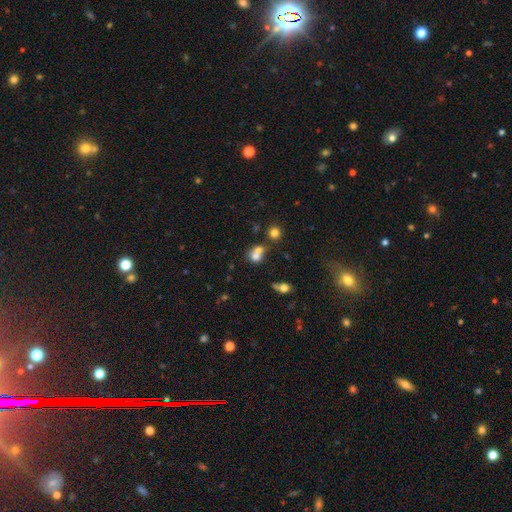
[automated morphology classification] Smooth or featured: smooth — 70% (featured or disk — 15%)
How rounded: round — 66% (in between — 32%)
Merging: merger — 57% (none — 30%)